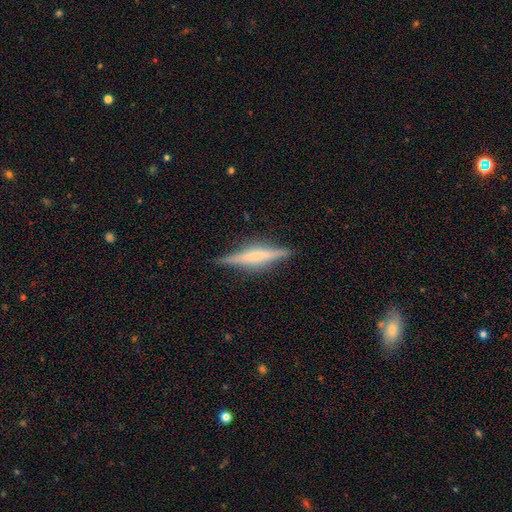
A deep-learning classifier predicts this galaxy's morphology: Smooth or featured? Predicted: featured or disk (p=0.66). Edge-on disk? Predicted: yes (p=0.97). Edge-on bulge? Predicted: rounded (p=0.42). Merging? Predicted: none (p=0.87).